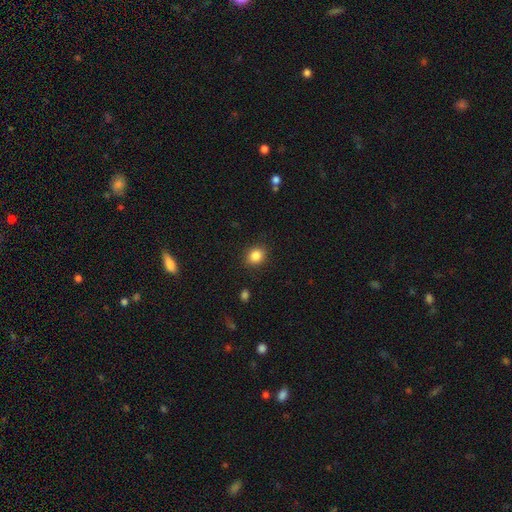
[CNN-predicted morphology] Overall: smooth (85%). How rounded: round (65%; in between 34%). Merging: none (88%).